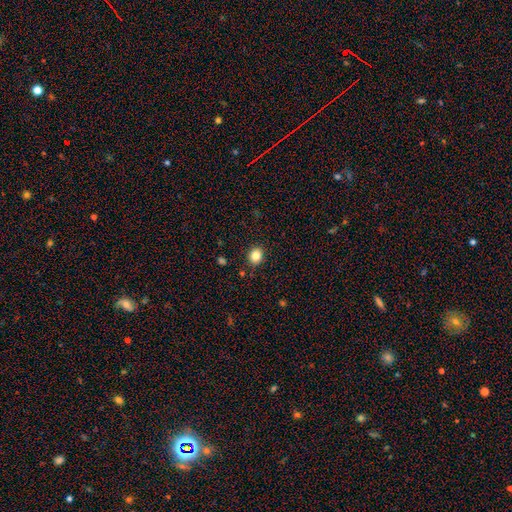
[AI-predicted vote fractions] This appears to be a smooth galaxy with no disk features (84%) that is round (64%). Merging: none (90%).